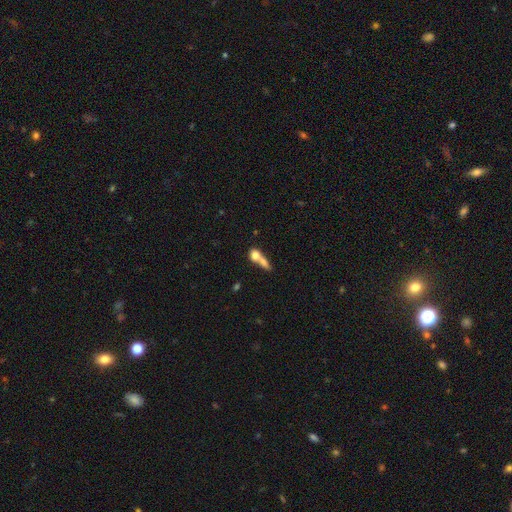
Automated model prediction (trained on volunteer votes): Smooth or featured: smooth — 70% (featured or disk — 20%)
How rounded: in between — 43% (round — 40%)
Merging: merger — 66% (none — 21%)